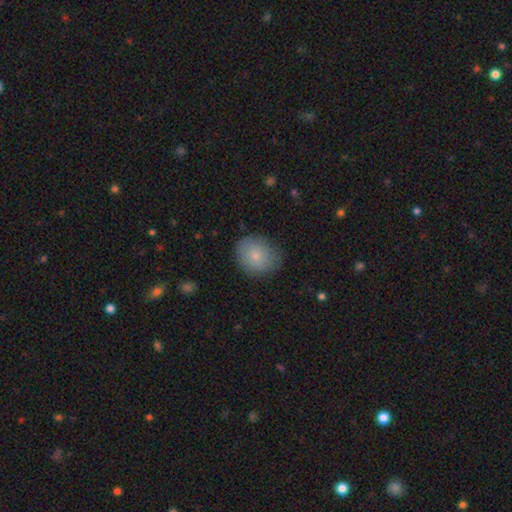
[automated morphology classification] A smooth galaxy with no disk features (80%) that is round (64%).

Vote fractions:
- Smooth or featured? smooth: 80% / featured or disk: 13% / star or artifact: 8%
- How rounded? round: 64% / in between: 35% / cigar-shaped: 1%
- Merging? none: 77% / minor disturbance: 17% / major disturbance: 4% / merger: 1%